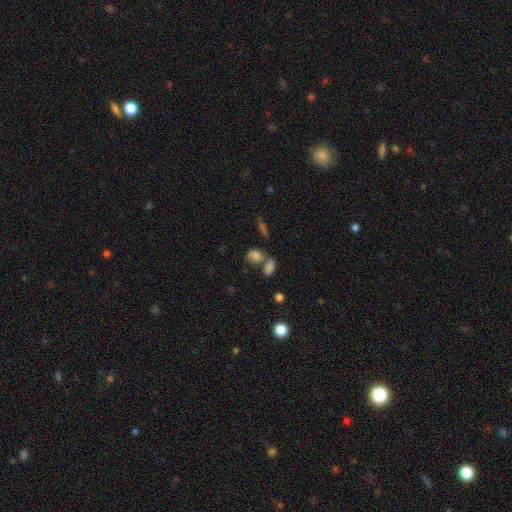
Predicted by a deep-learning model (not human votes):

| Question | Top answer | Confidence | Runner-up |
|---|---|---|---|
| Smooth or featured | smooth | 76% | star or artifact (13%) |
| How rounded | in between | 69% | round (27%) |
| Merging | none | 43% | merger (38%) |